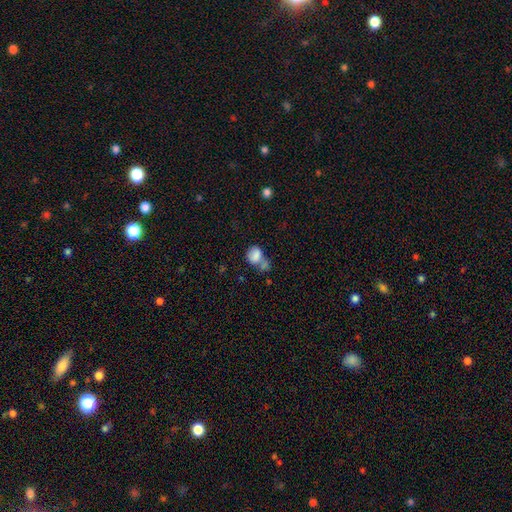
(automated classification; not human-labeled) A smooth galaxy with no disk features (80%) that is in between round and cigar-shaped (52%).

Vote fractions:
- Smooth or featured? smooth: 80% / featured or disk: 11% / star or artifact: 9%
- How rounded? in between: 52% / round: 47% / cigar-shaped: 1%
- Merging? merger: 44% / none: 30% / minor disturbance: 15% / major disturbance: 11%